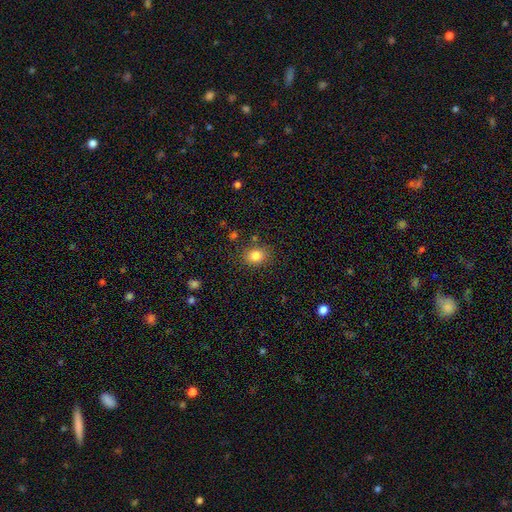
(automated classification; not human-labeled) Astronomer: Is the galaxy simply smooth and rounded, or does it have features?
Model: smooth — 83%.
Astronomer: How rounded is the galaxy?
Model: in between — 52% (runner-up: round, 47%).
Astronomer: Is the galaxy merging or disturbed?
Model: none — 82%.